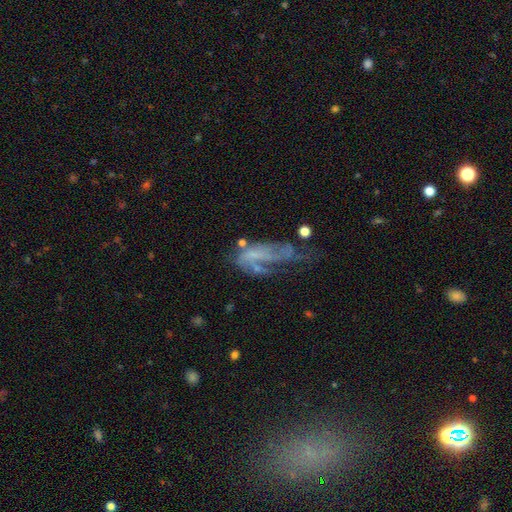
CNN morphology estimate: A featured or disk galaxy (61%) with no bar (66%), spiral arms (52%) and no central bulge (66%).

Vote fractions:
- Smooth or featured? featured or disk: 61% / smooth: 26% / star or artifact: 12%
- Edge-on disk? no: 92% / yes: 8%
- Bar? no: 66% / weak: 23% / strong: 11%
- Spiral arms? yes: 52% / no: 48%
- Bulge size? none: 66% / small: 22% / moderate: 8% / large: 2% / dominant: 1%
- Merging? major disturbance: 47% / none: 22% / minor disturbance: 19% / merger: 12%